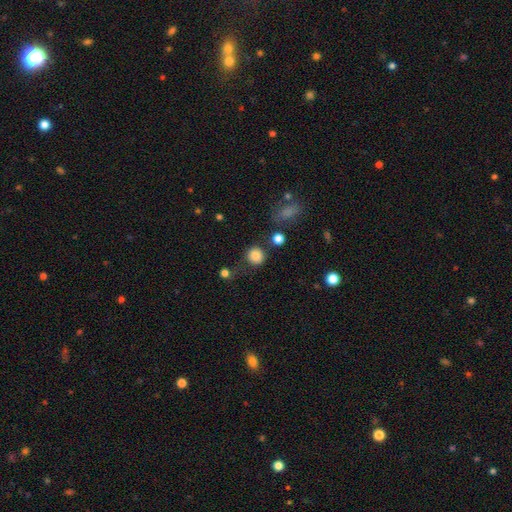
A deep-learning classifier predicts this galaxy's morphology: The model was most divided on "merging": none: 75%, minor disturbance: 13%, merger: 6%, major disturbance: 6%. More confident: how rounded — round (91%); smooth or featured — smooth (83%).